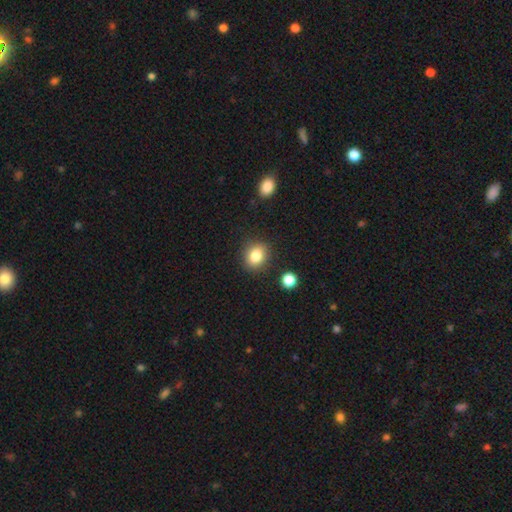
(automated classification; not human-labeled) Smooth or featured? Predicted: smooth (p=0.83). How rounded? Predicted: round (p=0.64). Merging? Predicted: none (p=0.86).